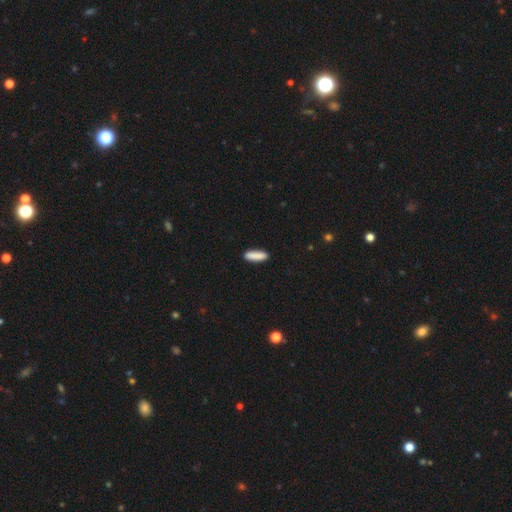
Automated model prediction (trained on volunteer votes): smooth 89%, star or artifact 6%, featured or disk 5%. Down the decision tree: how rounded — cigar-shaped (60%); merging — none (90%).